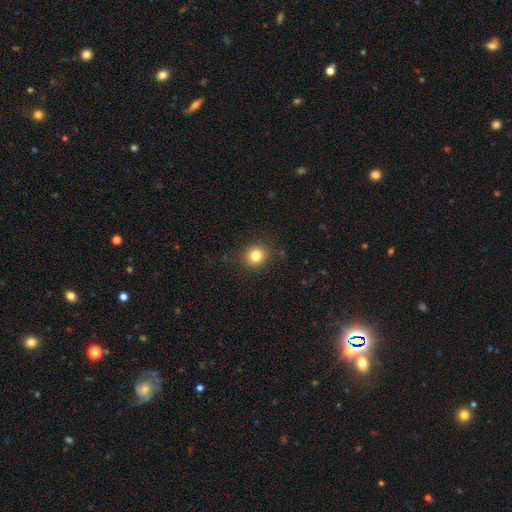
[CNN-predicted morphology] A smooth galaxy with no disk features (81%) that is round (86%). Merging: none (89%).